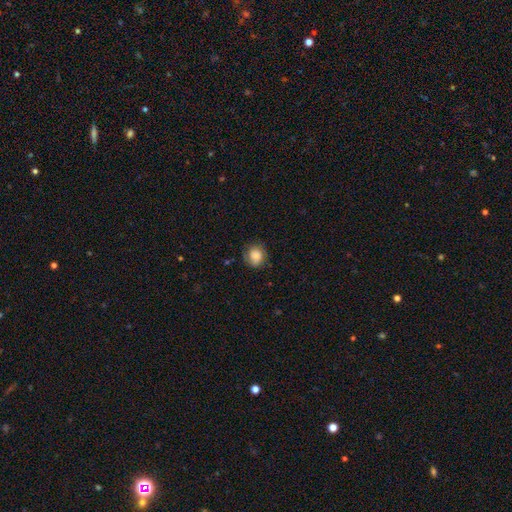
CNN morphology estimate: Overall: smooth (77%). How rounded: round (74%). Merging: none (69%).